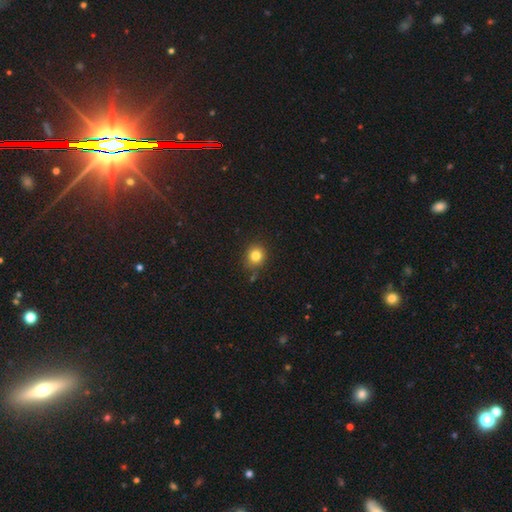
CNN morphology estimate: Smooth or featured? Predicted: smooth (p=0.81). How rounded? Predicted: round (p=0.84). Merging? Predicted: none (p=0.82).